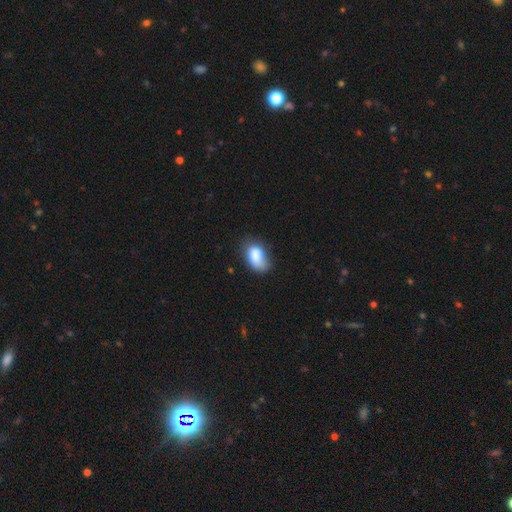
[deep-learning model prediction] This appears to be a smooth galaxy with no disk features (84%) that is in between round and cigar-shaped (90%). Merging: none (53%).